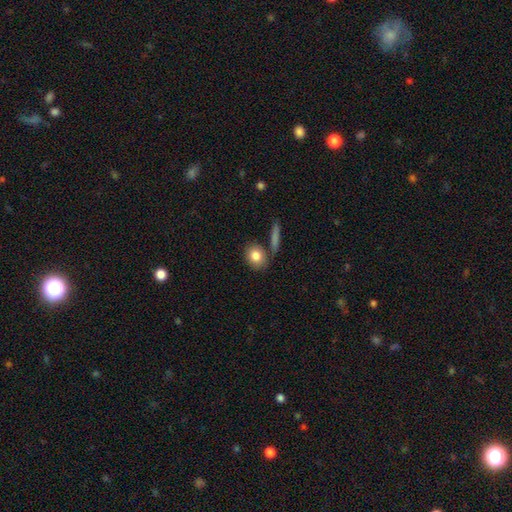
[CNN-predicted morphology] Q: Smooth or featured?
A: smooth (82%); runner-up: featured or disk (10%)
Q: How rounded?
A: round (52%); runner-up: in between (45%)
Q: Merging?
A: none (73%); runner-up: minor disturbance (12%)